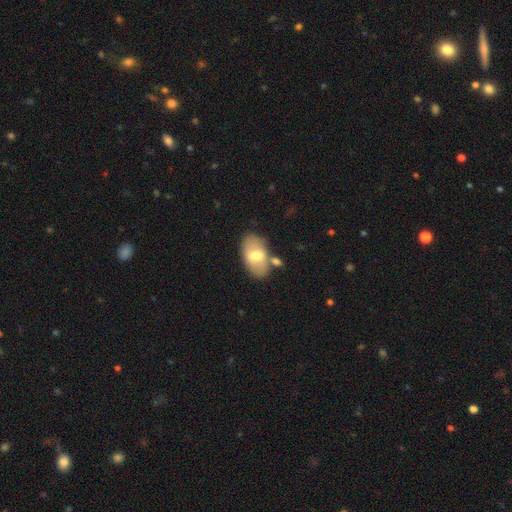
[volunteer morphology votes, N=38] Smooth or featured?
  - smooth: 58% *
  - featured or disk: 37%
  - star or artifact: 5%
How rounded?
  - in between: 91% *
  - round: 5%
  - cigar-shaped: 5%
Merging?
  - none: 64% *
  - merger: 19%
  - minor disturbance: 11%
  - major disturbance: 6%